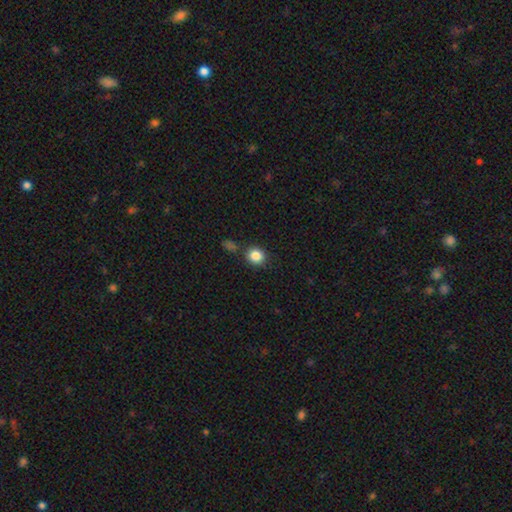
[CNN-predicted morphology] This is clearly a smooth galaxy (85%). How rounded: likely round (80%). Merging: likely none (78%).